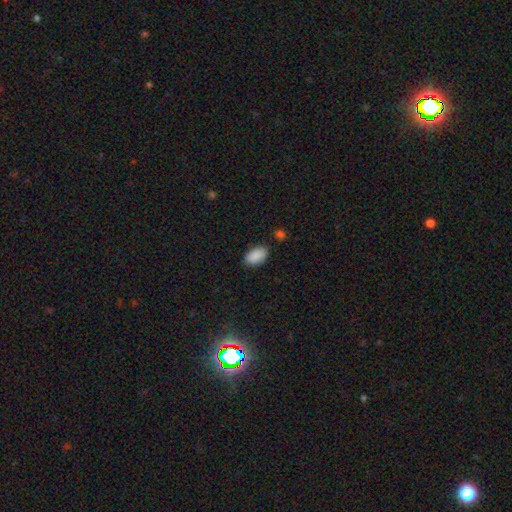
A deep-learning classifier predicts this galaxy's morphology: Smooth or featured: smooth — 89% (star or artifact — 7%)
How rounded: in between — 93% (round — 6%)
Merging: none — 84% (minor disturbance — 12%)